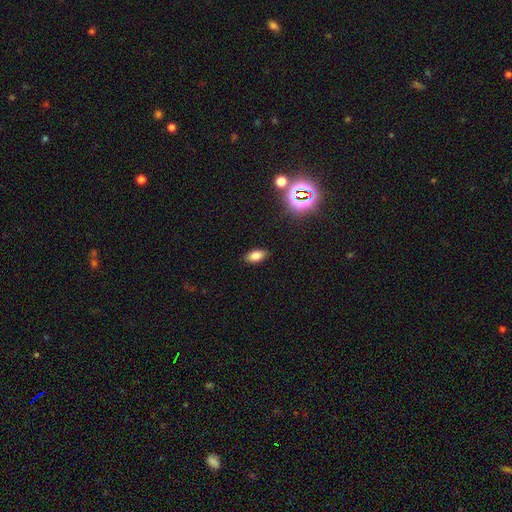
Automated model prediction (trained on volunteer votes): smooth-or-featured: smooth: 80% | star or artifact: 14% | featured or disk: 7%
  how-rounded: in between: 91% | round: 5% | cigar-shaped: 4%
  merging: none: 87% | minor disturbance: 9% | major disturbance: 2% | merger: 1%